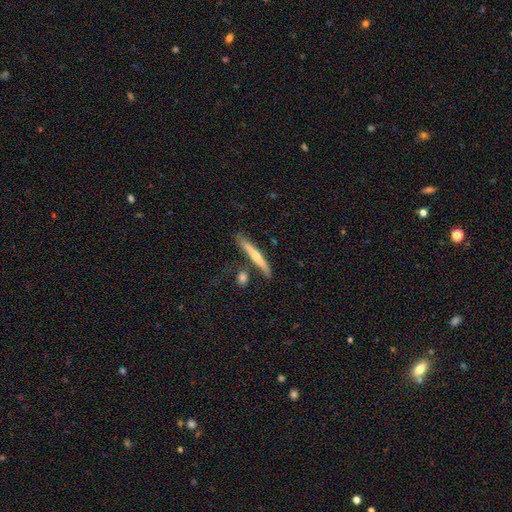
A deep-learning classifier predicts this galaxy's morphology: Smooth or featured? Predicted: featured or disk (p=0.59). Edge-on disk? Predicted: yes (p=0.95). Edge-on bulge? Predicted: rounded (p=0.72). Merging? Predicted: none (p=0.75).